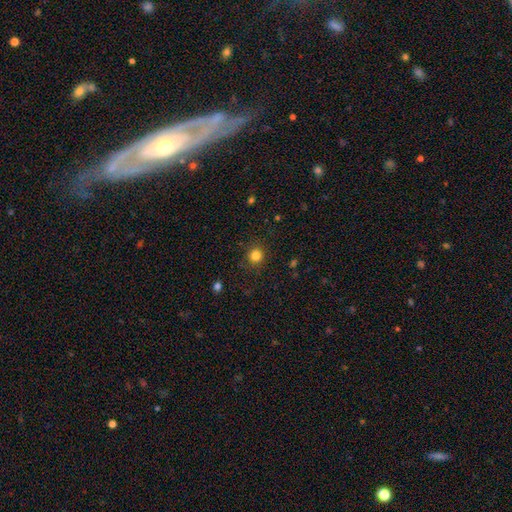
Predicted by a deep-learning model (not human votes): smooth-or-featured: smooth: 82% | star or artifact: 13% | featured or disk: 5%
  how-rounded: round: 92% | in between: 7% | cigar-shaped: 1%
  merging: none: 89% | minor disturbance: 7% | major disturbance: 3% | merger: 1%